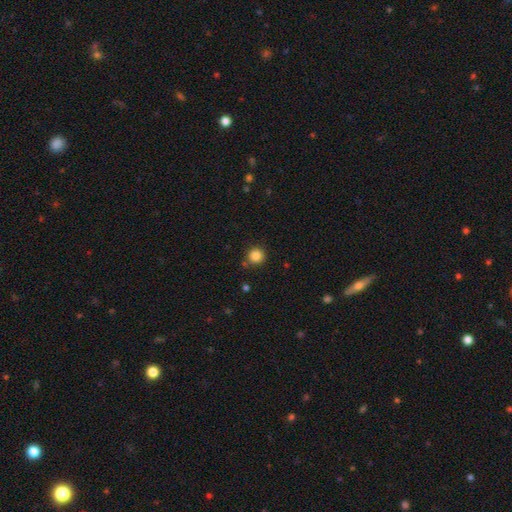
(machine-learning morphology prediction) Smooth or featured? Predicted: smooth (p=0.85). How rounded? Predicted: round (p=0.94). Merging? Predicted: none (p=0.85).